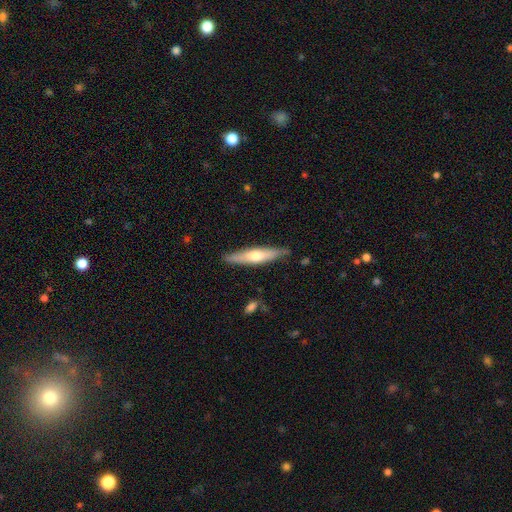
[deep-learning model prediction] Smooth or featured? featured or disk (48%)
Merging? none (85%)